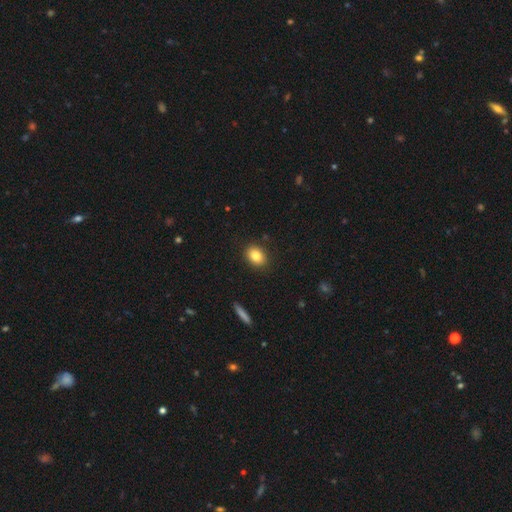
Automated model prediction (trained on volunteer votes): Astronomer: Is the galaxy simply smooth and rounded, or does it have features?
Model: smooth — 82%.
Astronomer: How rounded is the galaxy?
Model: in between — 65%.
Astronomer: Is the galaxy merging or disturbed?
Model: none — 89%.